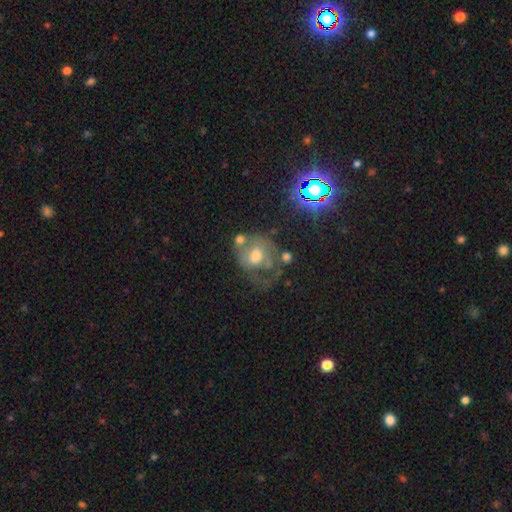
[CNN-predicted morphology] type=featured or disk (52%); edge-on=no (96%); bar=no (64%); spiral arms=yes (50%, tied with no); bulge=moderate (56%); merging=none (36%).